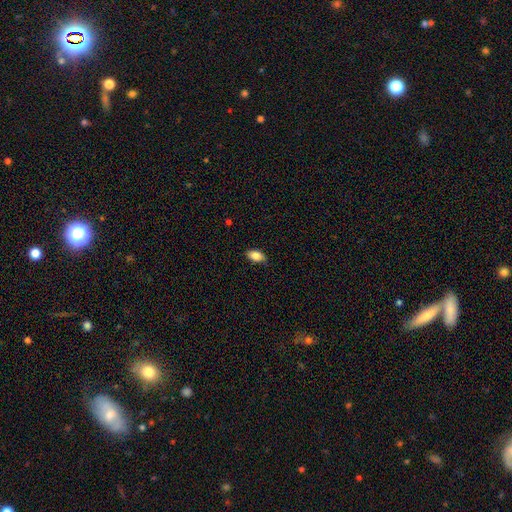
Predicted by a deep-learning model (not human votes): Overall: smooth (86%). How rounded: in between (90%). Merging: none (83%).